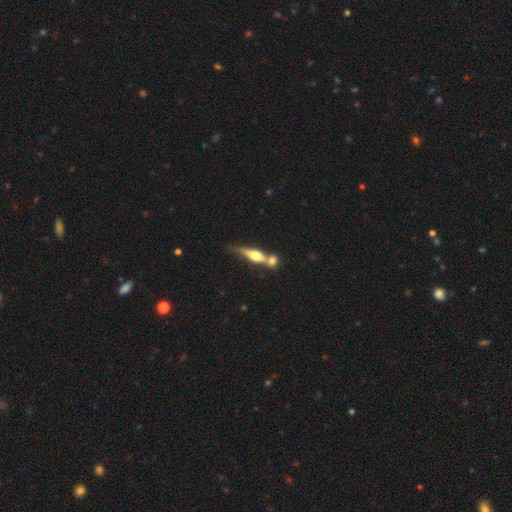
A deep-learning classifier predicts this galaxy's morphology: Q: Smooth or featured?
A: featured or disk (49%); runner-up: smooth (44%)
Q: Merging?
A: merger (51%); runner-up: none (30%)